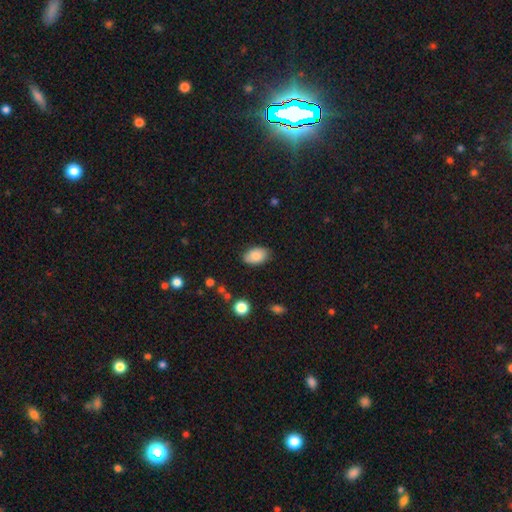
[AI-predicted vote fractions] Smooth or featured?
  - smooth: 86% *
  - star or artifact: 7%
  - featured or disk: 7%
How rounded?
  - in between: 91% *
  - round: 7%
  - cigar-shaped: 1%
Merging?
  - none: 82% *
  - minor disturbance: 14%
  - major disturbance: 3%
  - merger: 1%